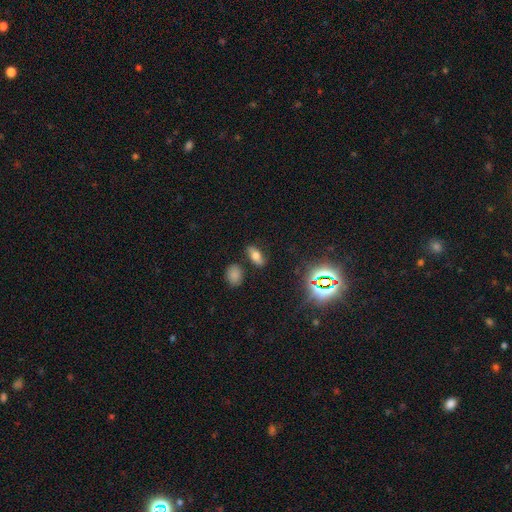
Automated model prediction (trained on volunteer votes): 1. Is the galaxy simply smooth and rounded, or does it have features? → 58% smooth, 24% featured or disk, 18% star or artifact.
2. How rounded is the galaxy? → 80% in between, 12% cigar-shaped, 8% round.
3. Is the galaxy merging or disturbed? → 75% none, 16% minor disturbance, 5% major disturbance, 4% merger.